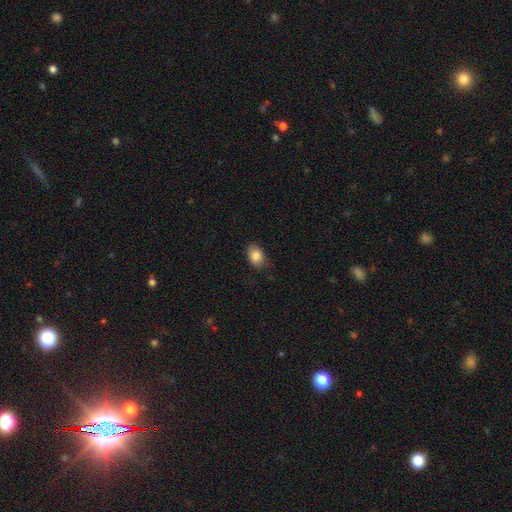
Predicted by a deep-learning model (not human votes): This appears to be a smooth galaxy with no disk features (85%) that is in between round and cigar-shaped (78%). Merging: none (80%).